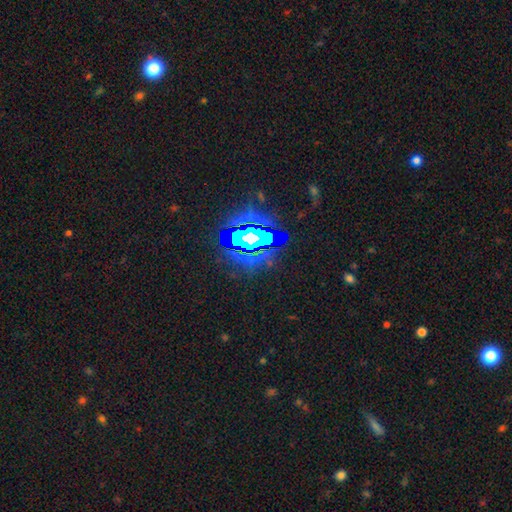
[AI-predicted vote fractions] Smooth or featured? Predicted: star or artifact (p=0.74).